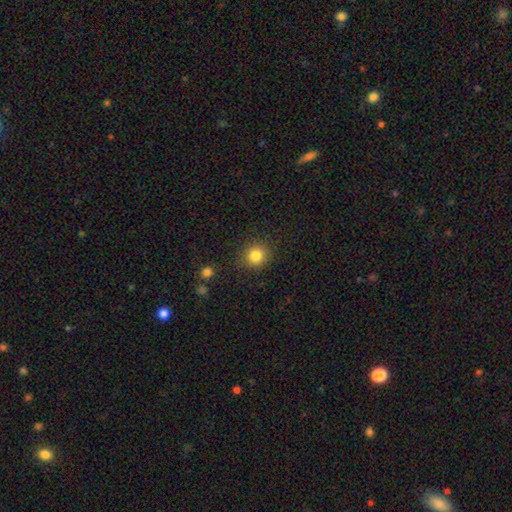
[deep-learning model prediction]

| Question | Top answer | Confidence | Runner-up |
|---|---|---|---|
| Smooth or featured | smooth | 84% | star or artifact (11%) |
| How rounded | round | 87% | in between (12%) |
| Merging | none | 87% | minor disturbance (8%) |